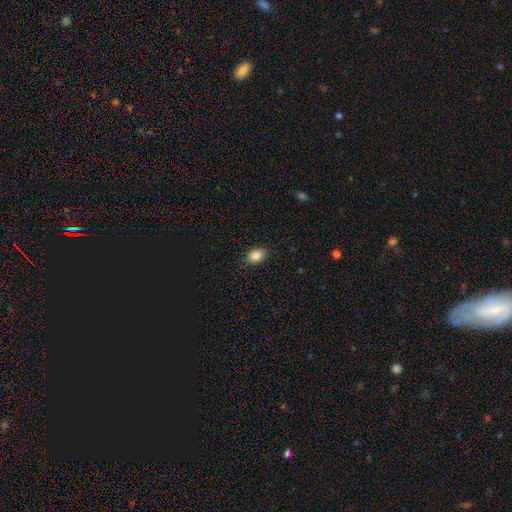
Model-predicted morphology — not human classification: Q: Smooth or featured?
A: smooth (85%); runner-up: star or artifact (10%)
Q: How rounded?
A: in between (71%); runner-up: round (27%)
Q: Merging?
A: none (86%); runner-up: minor disturbance (11%)